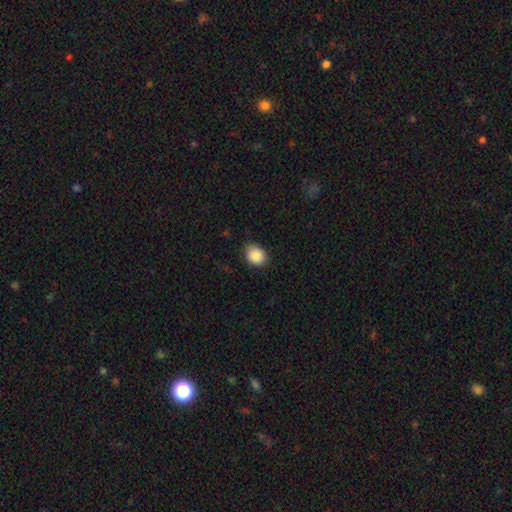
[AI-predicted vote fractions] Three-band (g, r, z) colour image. It shows a smooth galaxy with no disk features (89%) that is in between round and cigar-shaped (52%). Merging: none (80%).